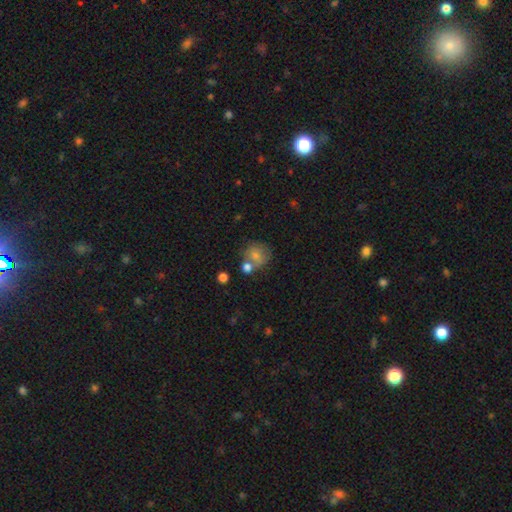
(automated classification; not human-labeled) The model was most divided on "merging": none: 57%, merger: 23%, minor disturbance: 15%, major disturbance: 6%. More confident: how rounded — round (81%); smooth or featured — smooth (66%).